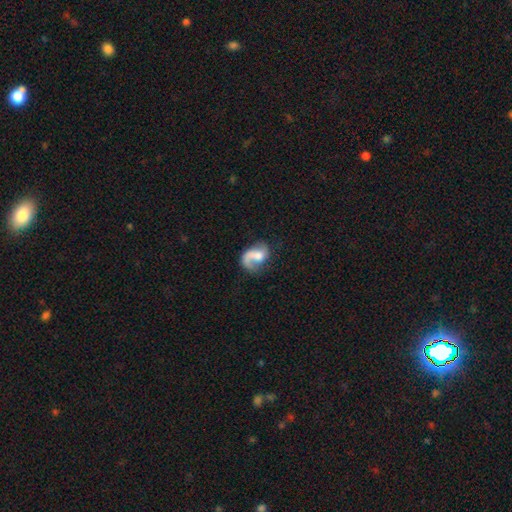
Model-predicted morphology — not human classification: featured or disk 67%, smooth 27%, star or artifact 7%. Down the decision tree: edge-on disk — no (98%); bar — no (60%); spiral arms — yes (89%); spiral arm count — 1 (58%); spiral winding — loose (54%); bulge size — moderate (46%); merging — none (46%).